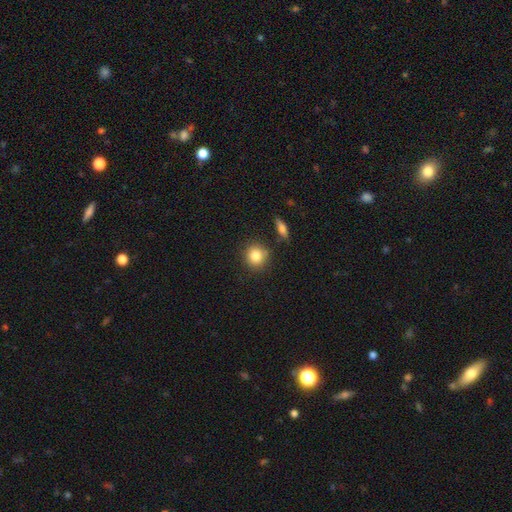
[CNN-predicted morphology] type=smooth (84%); roundness=round (84%); merging=none (78%).